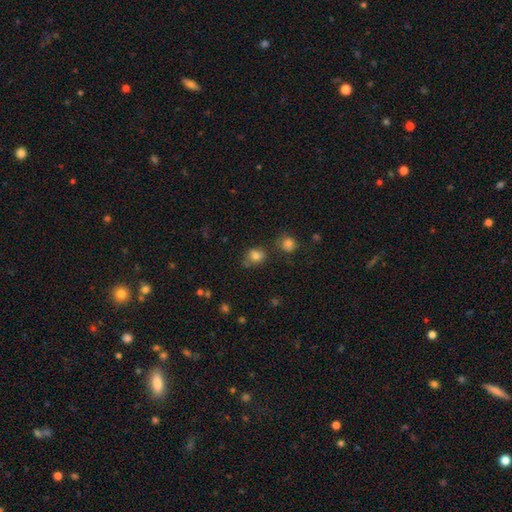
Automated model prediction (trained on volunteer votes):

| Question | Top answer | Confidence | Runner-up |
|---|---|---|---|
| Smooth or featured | smooth | 78% | star or artifact (14%) |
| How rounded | round | 57% | in between (42%) |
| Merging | none | 59% | minor disturbance (22%) |